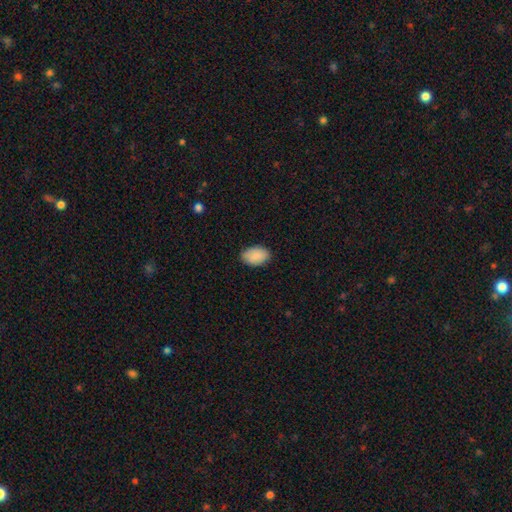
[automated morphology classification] Smooth or featured? Predicted: smooth (p=0.89). How rounded? Predicted: in between (p=0.92). Merging? Predicted: none (p=0.83).